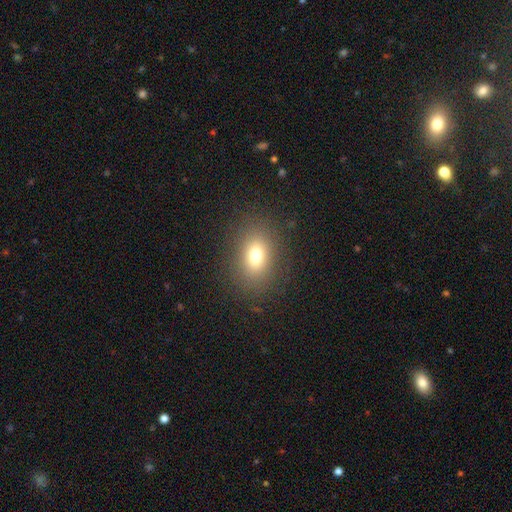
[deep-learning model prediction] Smooth or featured: smooth — 73% (star or artifact — 15%)
How rounded: in between — 63% (round — 36%)
Merging: none — 86% (minor disturbance — 8%)